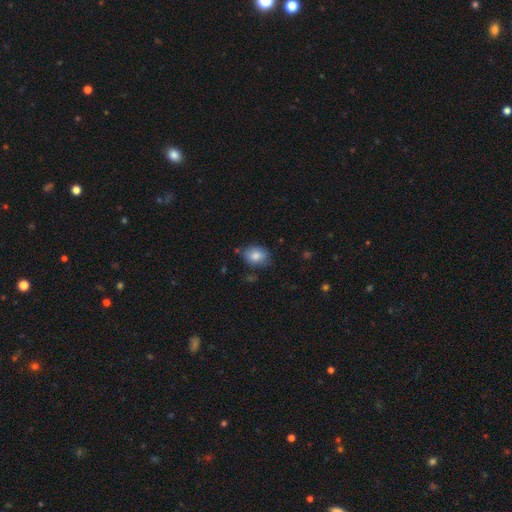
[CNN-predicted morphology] Smooth or featured? smooth (82%)
How rounded? in between (65%)
Merging? none (72%)